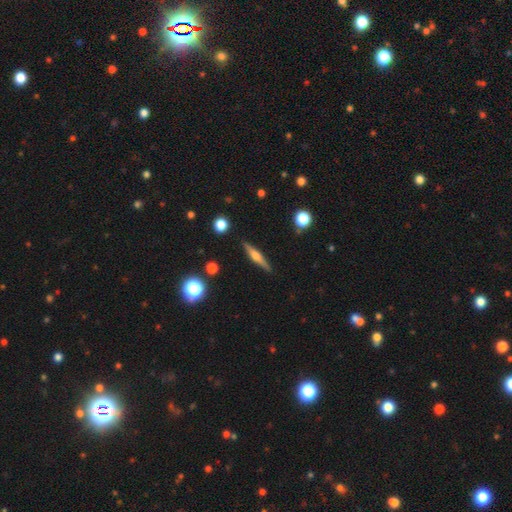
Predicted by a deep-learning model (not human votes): The model was most divided on "smooth or featured": featured or disk: 59%, smooth: 34%, star or artifact: 7%. More confident: edge-on disk — yes (96%); merging — none (89%); edge-on bulge — rounded (87%).